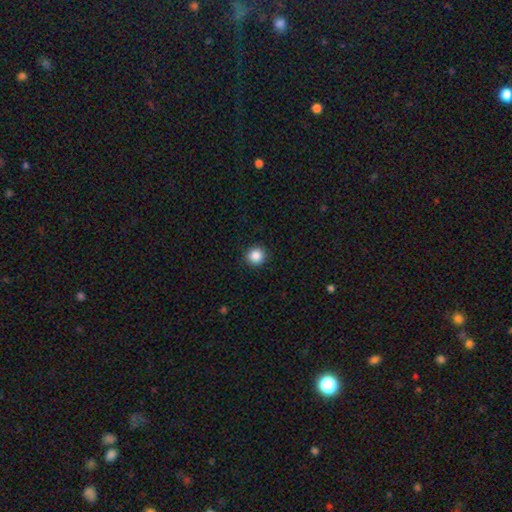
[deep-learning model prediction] Morphology: type=smooth (87%); roundness=round (93%); merging=none (92%).